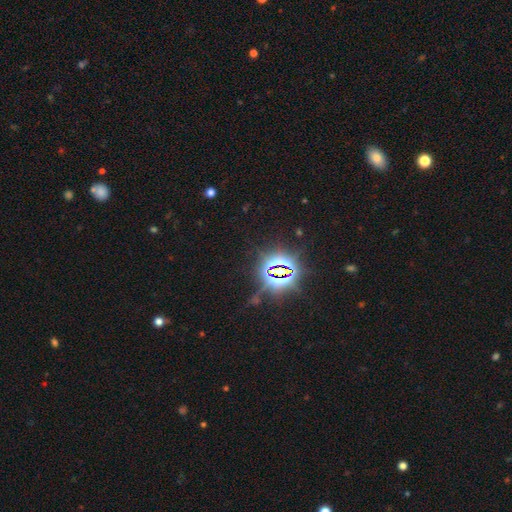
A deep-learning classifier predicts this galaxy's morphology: smooth_or_featured: star or artifact (p=0.85) [alt: smooth p=0.10]